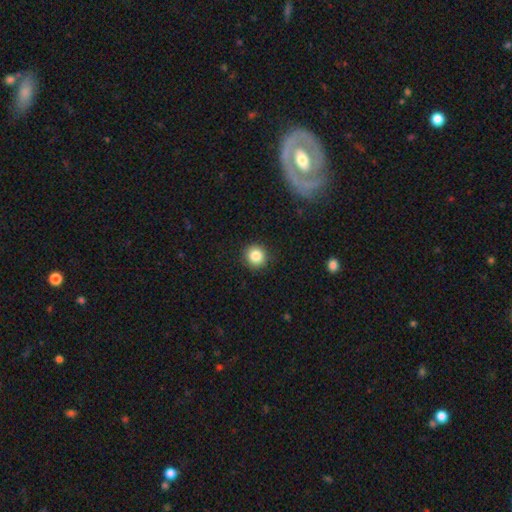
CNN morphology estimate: Smooth or featured?
  - smooth: 86% *
  - star or artifact: 10%
  - featured or disk: 5%
How rounded?
  - round: 92% *
  - in between: 7%
  - cigar-shaped: 1%
Merging?
  - none: 90% *
  - minor disturbance: 7%
  - major disturbance: 2%
  - merger: 1%